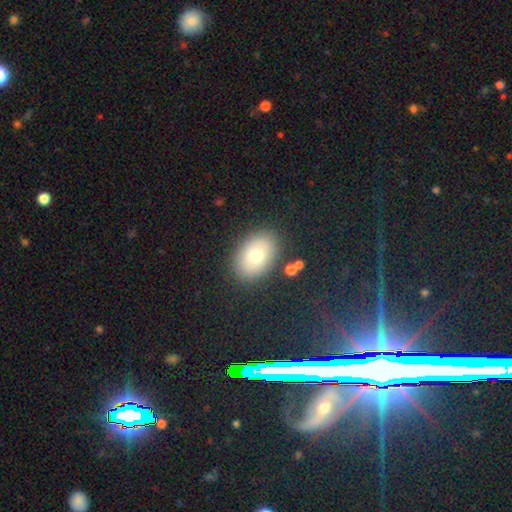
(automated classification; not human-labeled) Q: Smooth or featured?
A: smooth (71%); runner-up: featured or disk (20%)
Q: How rounded?
A: in between (81%); runner-up: round (18%)
Q: Merging?
A: none (84%); runner-up: minor disturbance (10%)